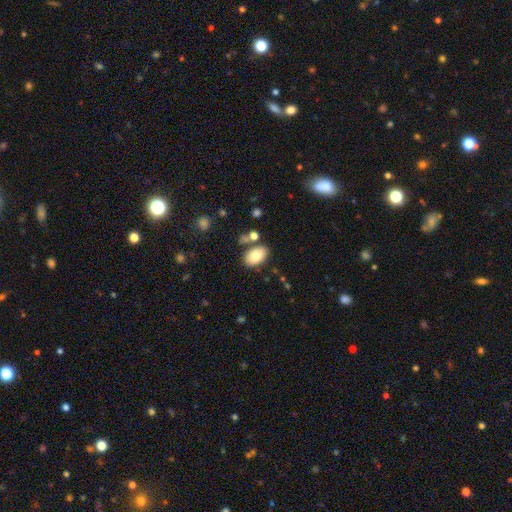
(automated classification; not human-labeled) A smooth galaxy with no disk features (85%) that is in between round and cigar-shaped (91%).

Vote fractions:
- Smooth or featured? smooth: 85% / featured or disk: 8% / star or artifact: 7%
- How rounded? in between: 91% / round: 8% / cigar-shaped: 1%
- Merging? none: 73% / minor disturbance: 13% / merger: 10% / major disturbance: 4%